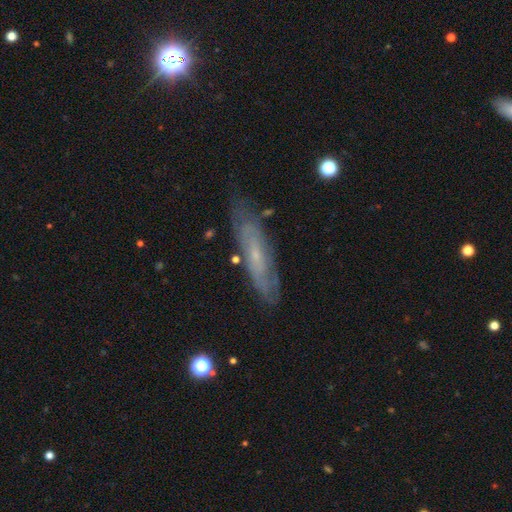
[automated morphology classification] Smooth or featured: featured or disk — 62% (smooth — 30%)
Edge-on disk: no — 60% (yes — 40%)
Merging: none — 76% (minor disturbance — 17%)